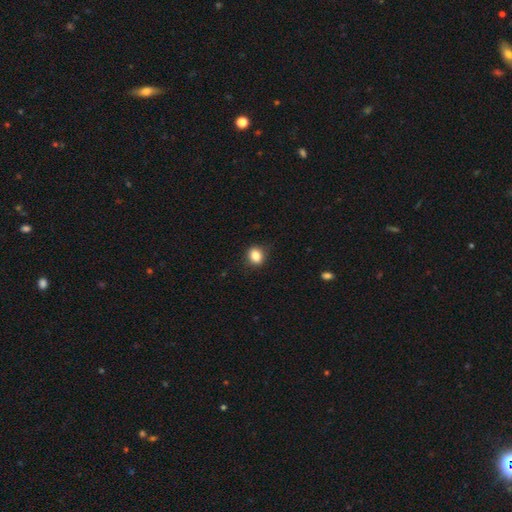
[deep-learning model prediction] Smooth or featured? Predicted: smooth (p=0.84). How rounded? Predicted: round (p=0.62). Merging? Predicted: none (p=0.86).